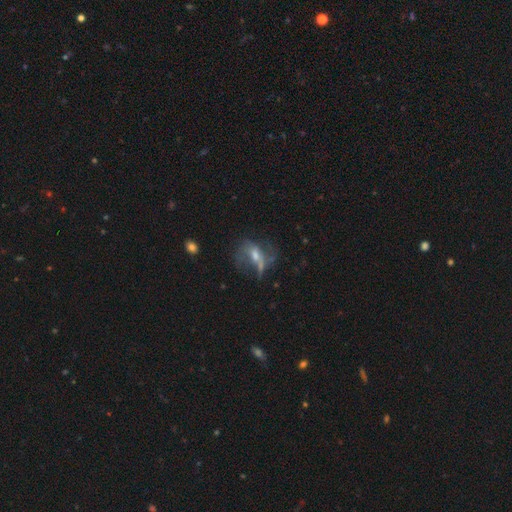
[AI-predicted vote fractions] Q: Smooth or featured?
A: featured or disk (54%); runner-up: smooth (32%)
Q: Edge-on disk?
A: no (88%); runner-up: yes (12%)
Q: Merging?
A: major disturbance (36%); runner-up: none (35%)